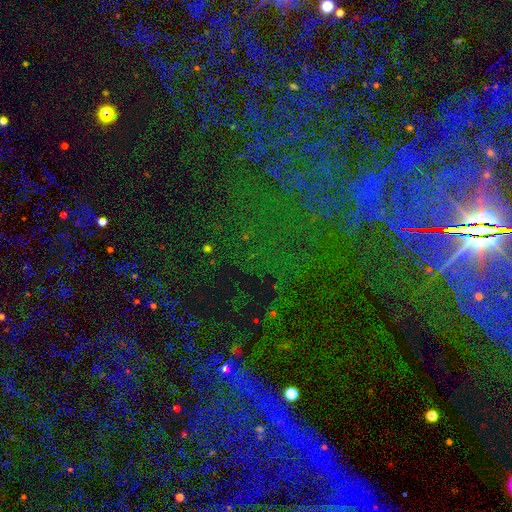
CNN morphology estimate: smooth-or-featured: star or artifact: 82% | featured or disk: 10% | smooth: 9%